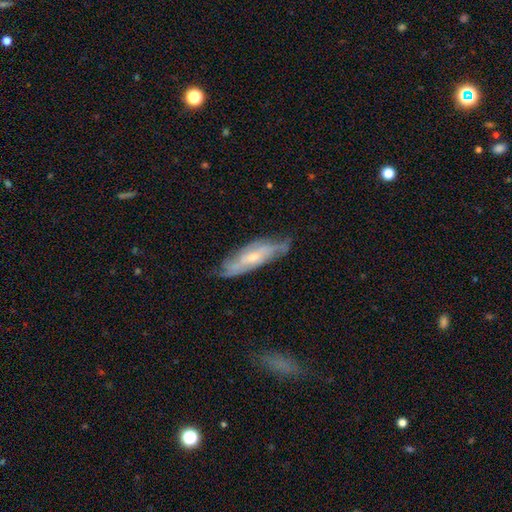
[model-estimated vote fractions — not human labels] This is likely a featured or disk galaxy (64%). It is likely not viewed edge-on (65%). Merging: likely none (74%).